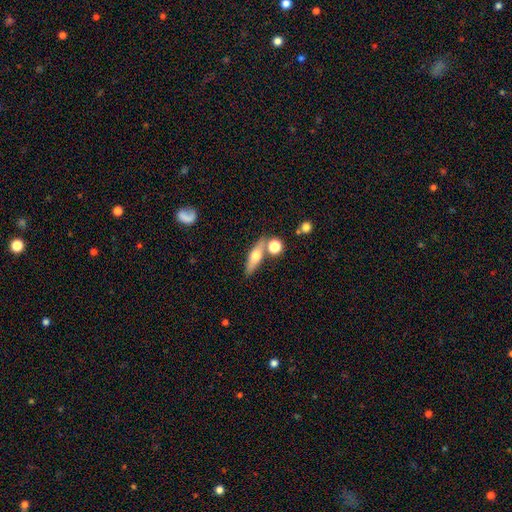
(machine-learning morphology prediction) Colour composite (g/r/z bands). It shows a smooth galaxy with no disk features (53%) that is cigar-shaped (55%). Merging: none (68%).